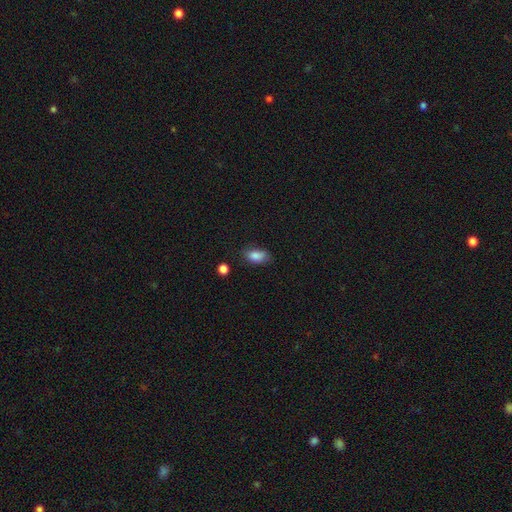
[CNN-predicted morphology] The model was most divided on "merging": none: 67%, minor disturbance: 25%, major disturbance: 6%, merger: 3%. More confident: how rounded — in between (89%); smooth or featured — smooth (84%).